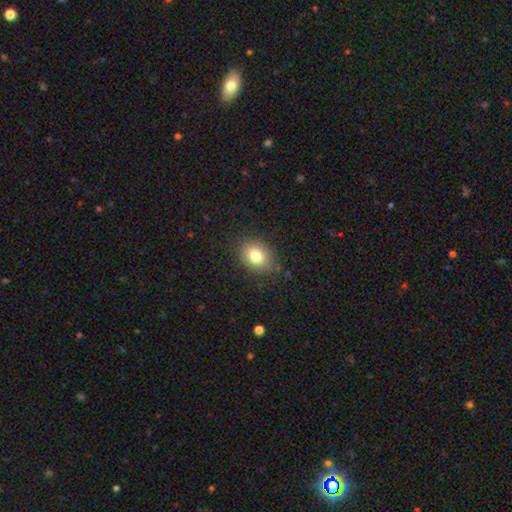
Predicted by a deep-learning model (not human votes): Overall: smooth (80%). How rounded: in between (59%; round 40%). Merging: none (83%).